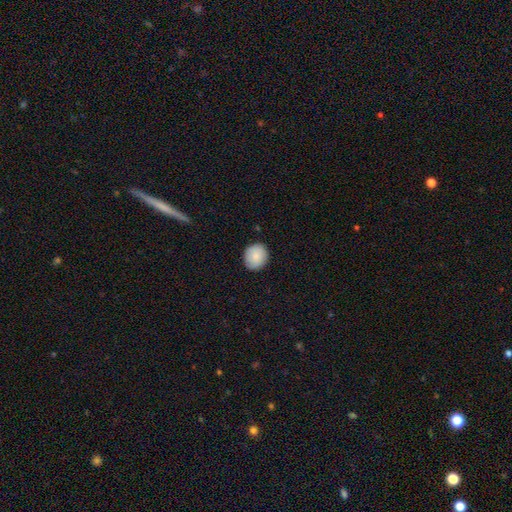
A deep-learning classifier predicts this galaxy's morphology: Overall: smooth (87%). How rounded: round (78%). Merging: none (88%).